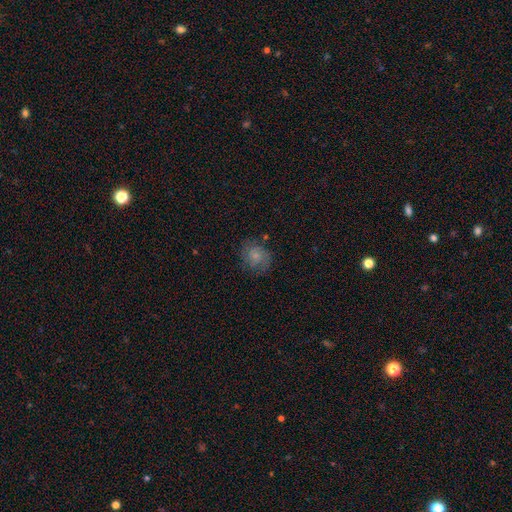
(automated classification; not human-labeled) The model was most divided on "smooth or featured": smooth: 61%, featured or disk: 29%, star or artifact: 10%. More confident: merging — none (69%); how rounded — round (67%).